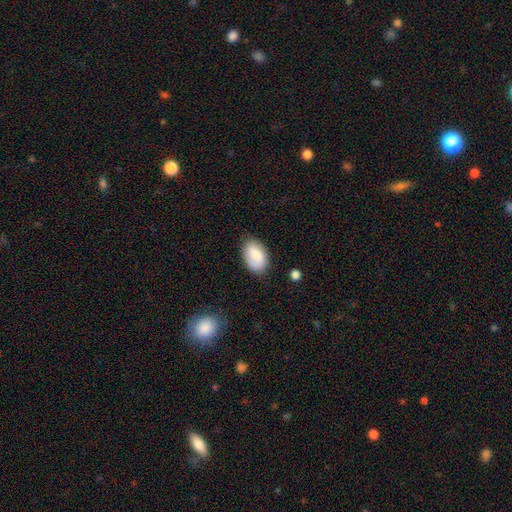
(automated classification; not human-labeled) smooth 72%, featured or disk 21%, star or artifact 7%. Down the decision tree: how rounded — in between (92%); merging — none (77%).